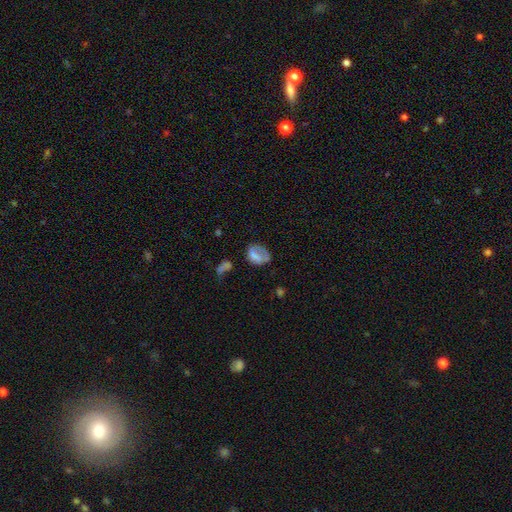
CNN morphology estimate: A smooth galaxy with no disk features (62%) that is in between round and cigar-shaped (69%).

Vote fractions:
- Smooth or featured? smooth: 62% / featured or disk: 27% / star or artifact: 11%
- How rounded? in between: 69% / round: 29% / cigar-shaped: 2%
- Merging? none: 38% / major disturbance: 28% / minor disturbance: 27% / merger: 7%